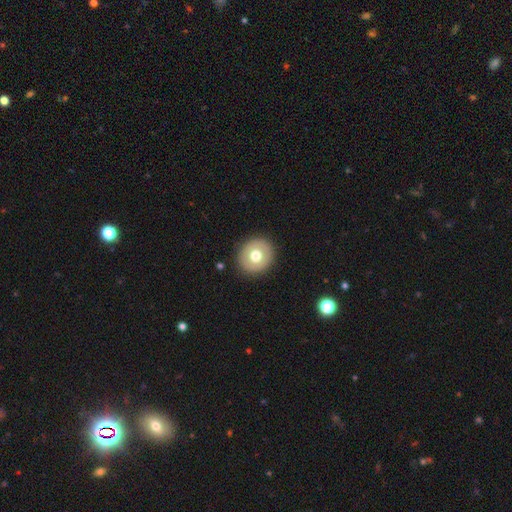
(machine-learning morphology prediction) smooth-or-featured: smooth: 65% | featured or disk: 27% | star or artifact: 8%
  how-rounded: round: 86% | in between: 13% | cigar-shaped: 1%
  merging: none: 90% | minor disturbance: 6% | major disturbance: 2% | merger: 1%